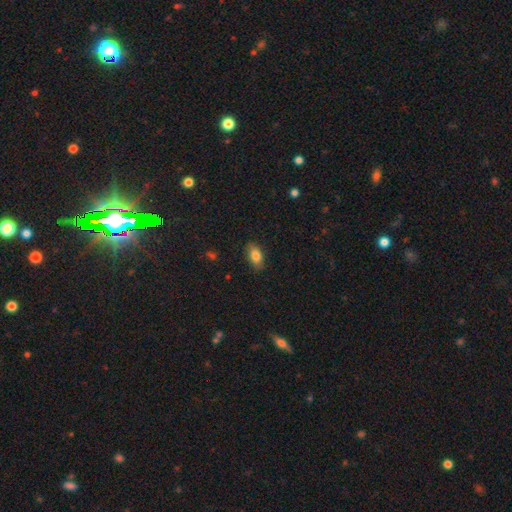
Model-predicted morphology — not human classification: Smooth or featured? smooth (83%)
How rounded? in between (90%)
Merging? none (87%)